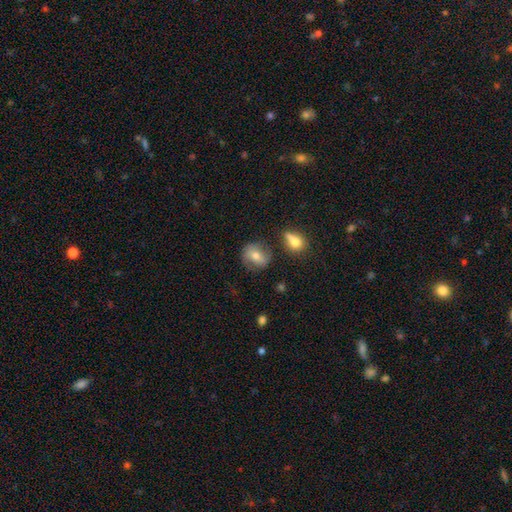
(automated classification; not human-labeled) This appears to be a smooth galaxy with no disk features (60%) that is round (62%). Merging: none (68%).